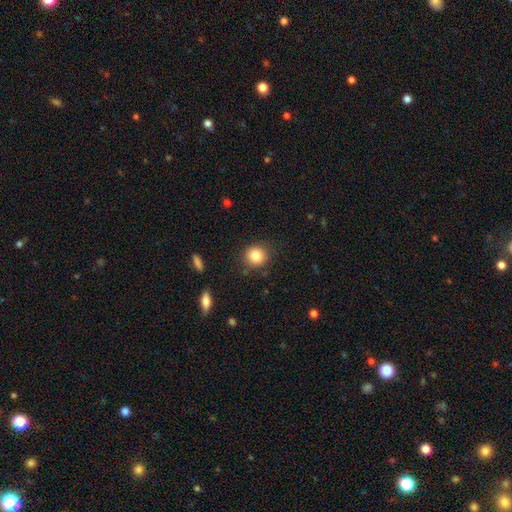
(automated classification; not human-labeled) Smooth or featured?
  - smooth: 83% *
  - star or artifact: 10%
  - featured or disk: 7%
How rounded?
  - round: 86% *
  - in between: 13%
  - cigar-shaped: 1%
Merging?
  - none: 86% *
  - minor disturbance: 9%
  - major disturbance: 3%
  - merger: 2%